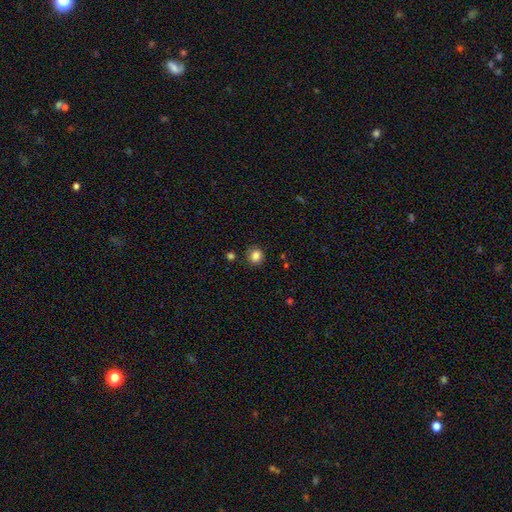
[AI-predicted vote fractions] smooth 84%, star or artifact 11%, featured or disk 5%. Down the decision tree: how rounded — round (82%); merging — none (86%).